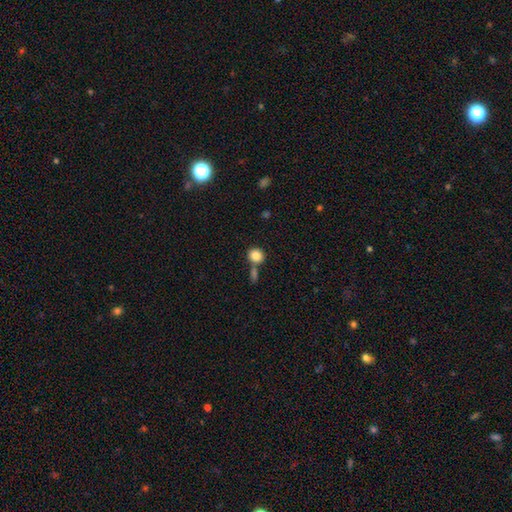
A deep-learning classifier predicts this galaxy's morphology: smooth-or-featured: smooth: 85% | star or artifact: 9% | featured or disk: 6%
  how-rounded: round: 83% | in between: 16% | cigar-shaped: 1%
  merging: none: 60% | merger: 26% | minor disturbance: 10% | major disturbance: 4%